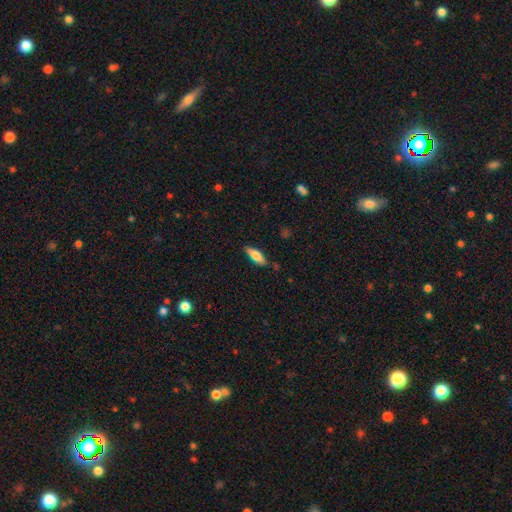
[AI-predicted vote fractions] This appears to be a smooth galaxy with no disk features (68%) that is in between round and cigar-shaped (61%). Merging: none (78%).